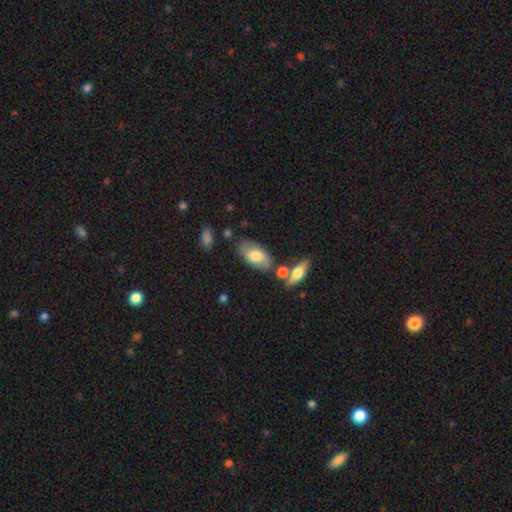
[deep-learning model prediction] Smooth or featured? Predicted: smooth (p=0.69). How rounded? Predicted: in between (p=0.93). Merging? Predicted: none (p=0.69).